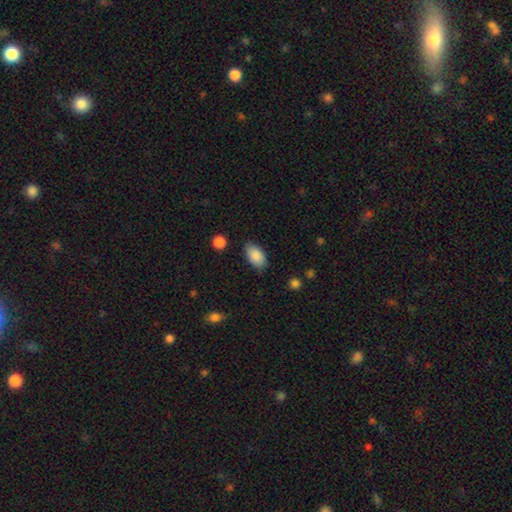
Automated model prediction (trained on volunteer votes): This is clearly a smooth galaxy (88%). How rounded: clearly in between (94%). Merging: clearly none (84%).